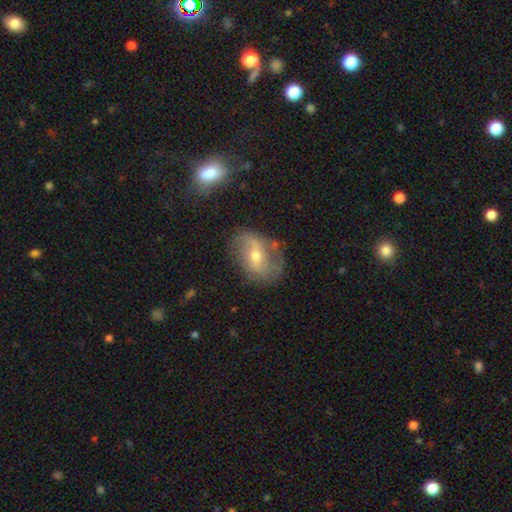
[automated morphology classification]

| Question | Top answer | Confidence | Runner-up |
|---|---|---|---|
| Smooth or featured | featured or disk | 77% | smooth (15%) |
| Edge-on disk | no | 96% | yes (4%) |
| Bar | weak | 45% | no (34%) |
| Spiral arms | yes | 89% | no (11%) |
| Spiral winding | loose | 52% | medium (35%) |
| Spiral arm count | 2 | 86% | can't tell (7%) |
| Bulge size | moderate | 62% | small (34%) |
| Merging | none | 69% | minor disturbance (19%) |